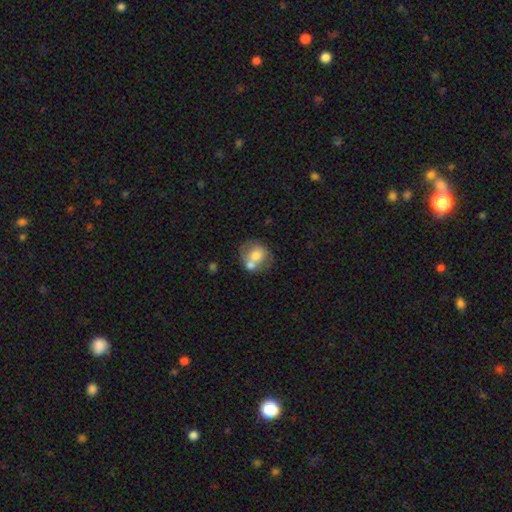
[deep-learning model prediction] This is likely a smooth galaxy (65%). How rounded: likely round (78%). Merging: marginally none (42%).